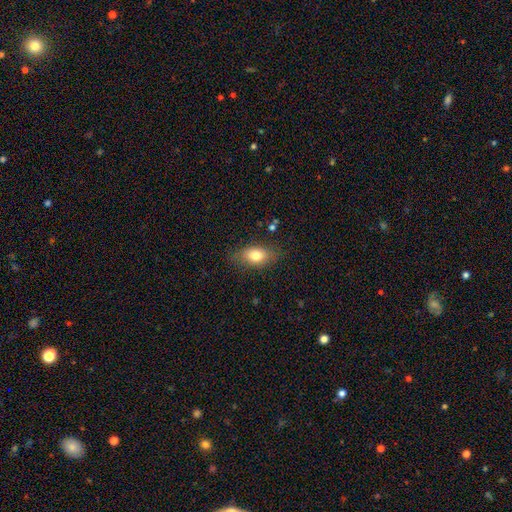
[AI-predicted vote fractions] smooth_or_featured: smooth (p=0.77) [alt: featured or disk p=0.14]
how_rounded: in between (p=0.84) [alt: round p=0.11]
merging: none (p=0.80) [alt: minor disturbance p=0.15]